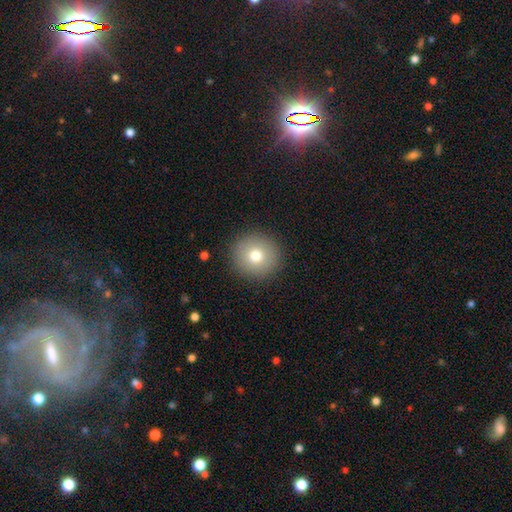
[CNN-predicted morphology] Smooth or featured?
  - smooth: 75% *
  - featured or disk: 15%
  - star or artifact: 11%
How rounded?
  - round: 95% *
  - in between: 4%
  - cigar-shaped: 1%
Merging?
  - none: 91% *
  - minor disturbance: 6%
  - major disturbance: 2%
  - merger: 1%